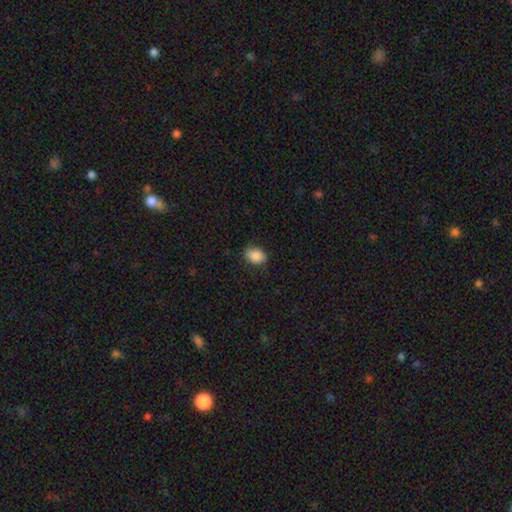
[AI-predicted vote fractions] The model was most divided on "how rounded": in between: 74%, round: 25%, cigar-shaped: 1%. More confident: smooth or featured — smooth (86%); merging — none (79%).